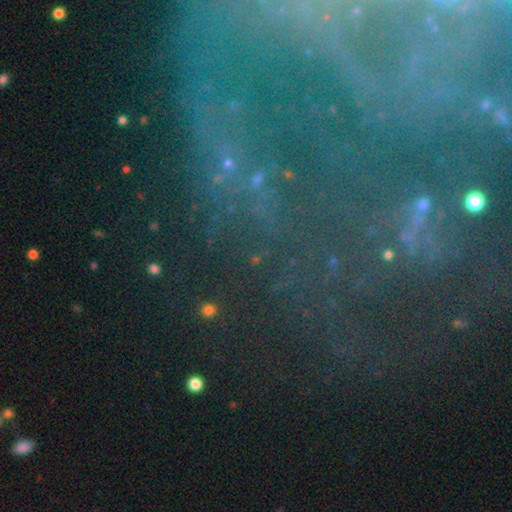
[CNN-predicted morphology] Smooth or featured?
  - featured or disk: 45% *
  - star or artifact: 40%
  - smooth: 15%
Merging?
  - none: 68% *
  - minor disturbance: 14%
  - major disturbance: 12%
  - merger: 6%